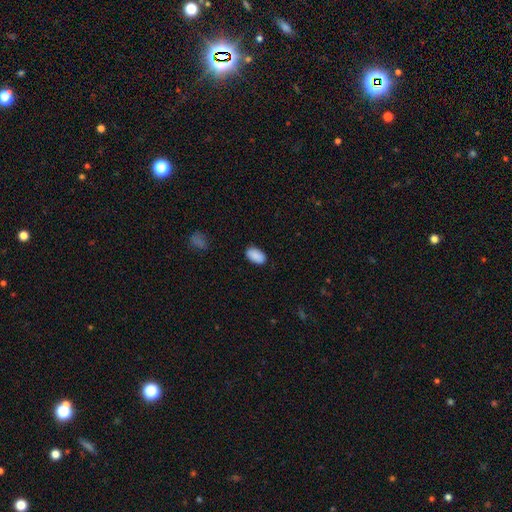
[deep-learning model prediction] Overall: smooth (90%). How rounded: in between (94%). Merging: none (86%).